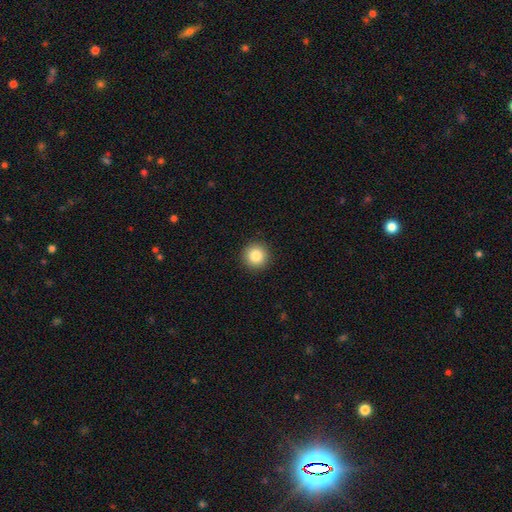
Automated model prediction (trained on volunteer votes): Overall: smooth (85%). How rounded: round (96%). Merging: none (93%).